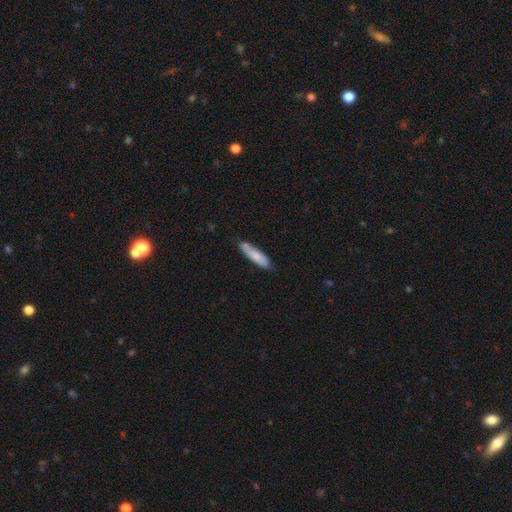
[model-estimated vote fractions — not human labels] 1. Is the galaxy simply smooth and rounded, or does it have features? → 77% smooth, 17% featured or disk, 6% star or artifact.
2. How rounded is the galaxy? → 73% cigar-shaped, 26% in between, 1% round.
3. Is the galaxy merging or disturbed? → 75% none, 18% minor disturbance, 4% merger, 3% major disturbance.